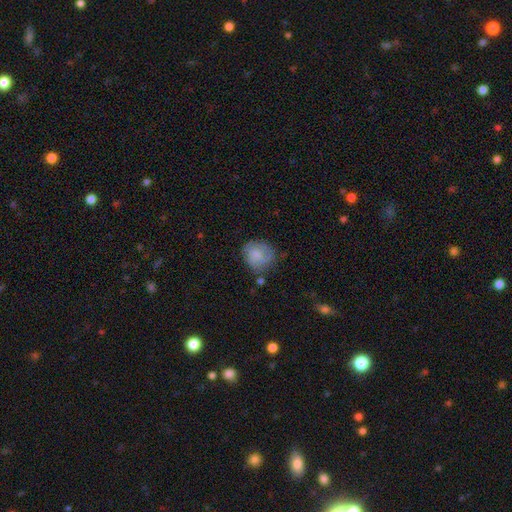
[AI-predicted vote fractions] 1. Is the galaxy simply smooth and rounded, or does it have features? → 68% smooth, 24% featured or disk, 8% star or artifact.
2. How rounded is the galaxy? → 78% round, 21% in between, 1% cigar-shaped.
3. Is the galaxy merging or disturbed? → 62% none, 24% minor disturbance, 9% major disturbance, 5% merger.